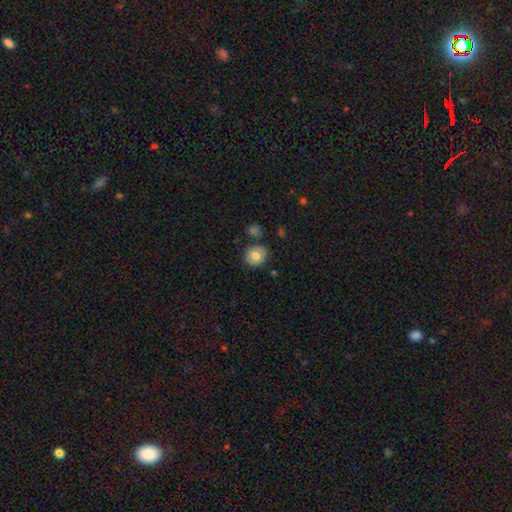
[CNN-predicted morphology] Q: Smooth or featured?
A: smooth (74%); runner-up: featured or disk (17%)
Q: How rounded?
A: round (81%); runner-up: in between (18%)
Q: Merging?
A: none (79%); runner-up: minor disturbance (13%)